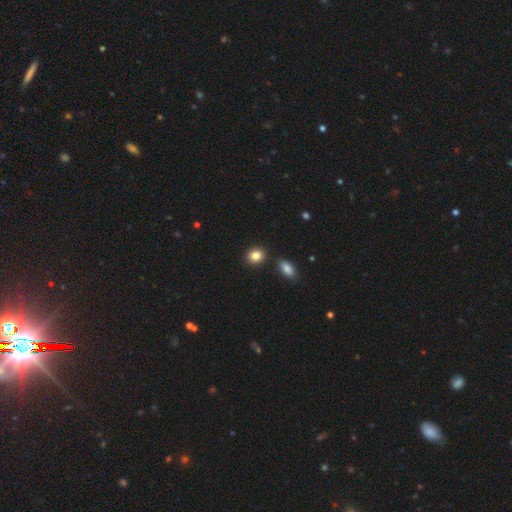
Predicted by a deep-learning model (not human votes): Overall: smooth (85%). How rounded: round (61%; in between 38%). Merging: none (84%).